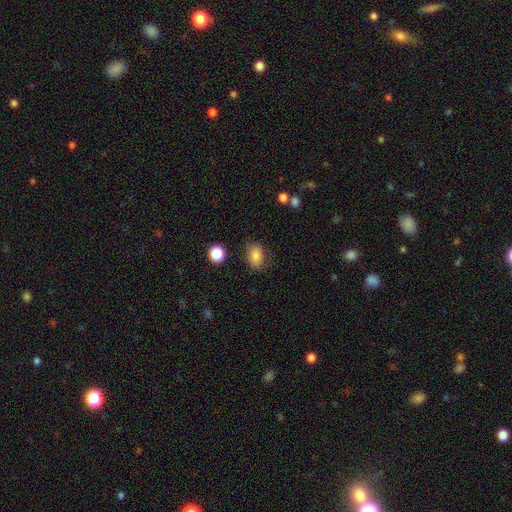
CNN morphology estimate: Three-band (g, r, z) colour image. It shows a smooth galaxy with no disk features (84%) that is in between round and cigar-shaped (74%). Merging: none (77%).